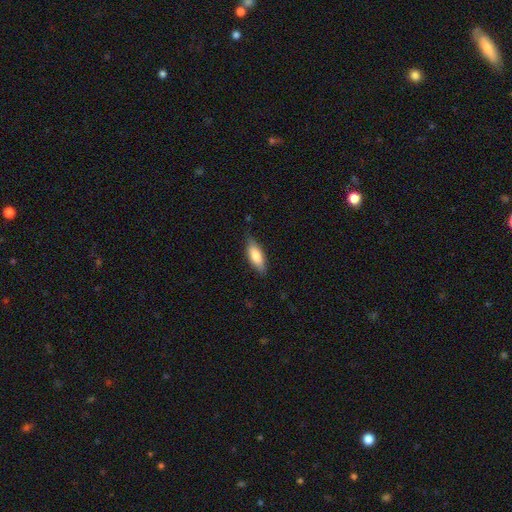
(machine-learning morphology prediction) Overall: smooth (78%). How rounded: in between (69%). Merging: none (76%).